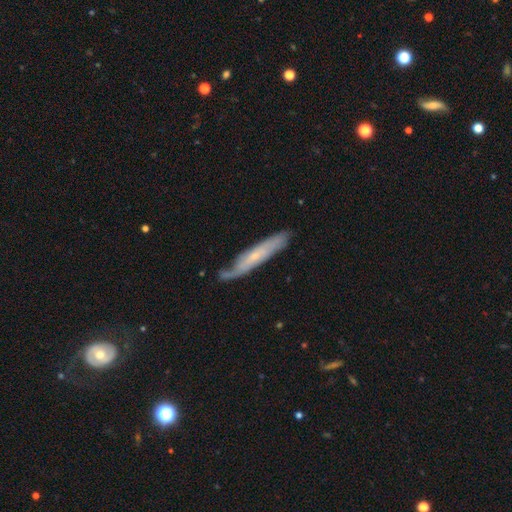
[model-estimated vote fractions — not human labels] featured or disk 58%, smooth 35%, star or artifact 6%. Down the decision tree: edge-on disk — yes (56%); merging — none (65%).